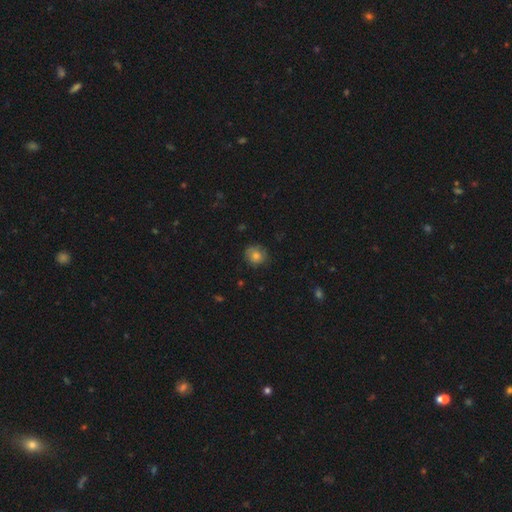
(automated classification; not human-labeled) Morphology: type=smooth (74%); roundness=round (86%); merging=none (79%).